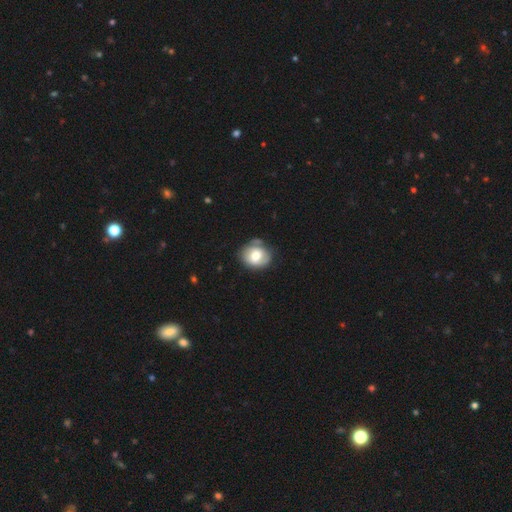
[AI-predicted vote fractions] Morphology: type=smooth (58%); roundness=round (64%); merging=none (64%).